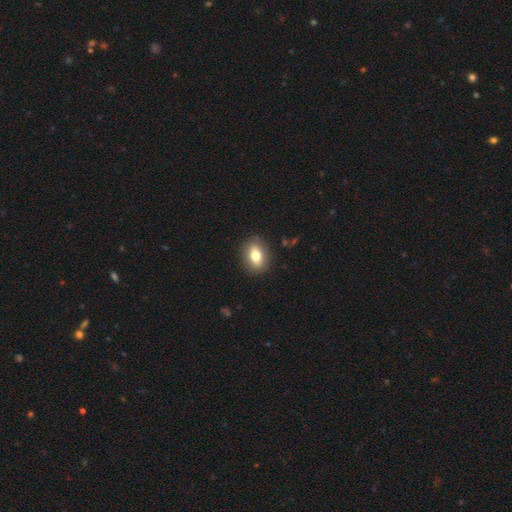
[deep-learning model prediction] Q: Smooth or featured?
A: smooth (75%); runner-up: featured or disk (17%)
Q: How rounded?
A: in between (74%); runner-up: round (23%)
Q: Merging?
A: none (87%); runner-up: minor disturbance (9%)